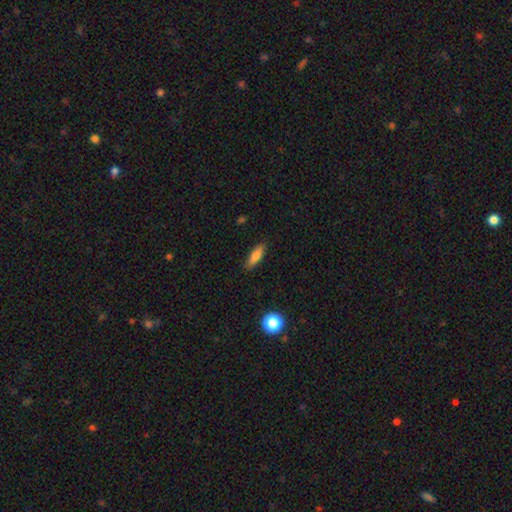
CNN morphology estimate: Overall: smooth (80%). How rounded: cigar-shaped (54%; in between 43%). Merging: none (85%).